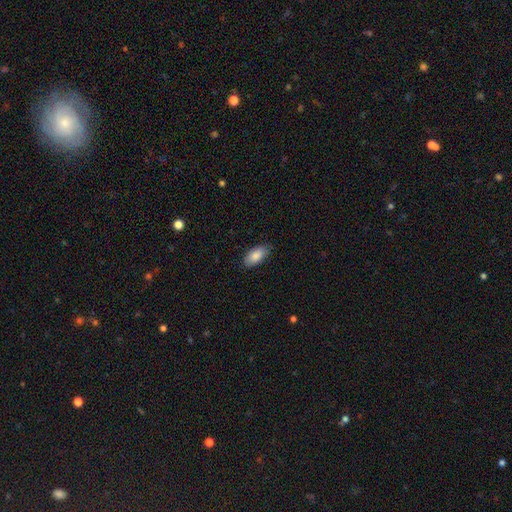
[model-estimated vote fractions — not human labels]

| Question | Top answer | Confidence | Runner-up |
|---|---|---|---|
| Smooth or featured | smooth | 85% | featured or disk (9%) |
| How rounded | in between | 92% | cigar-shaped (5%) |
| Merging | none | 81% | minor disturbance (15%) |